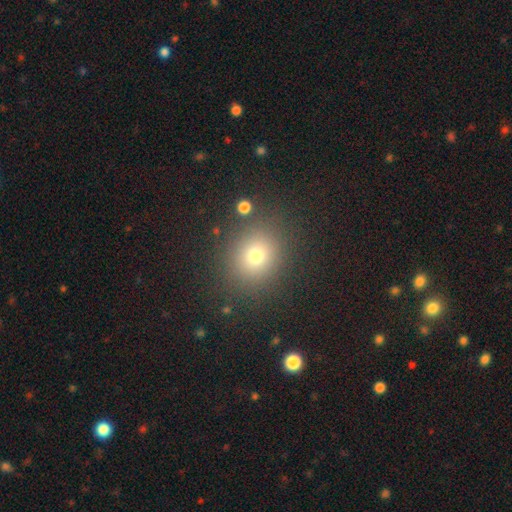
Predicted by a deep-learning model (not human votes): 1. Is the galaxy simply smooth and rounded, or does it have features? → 72% smooth, 19% star or artifact, 9% featured or disk.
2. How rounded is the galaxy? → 79% round, 20% in between, 1% cigar-shaped.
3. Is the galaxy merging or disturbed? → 86% none, 8% minor disturbance, 4% major disturbance, 3% merger.